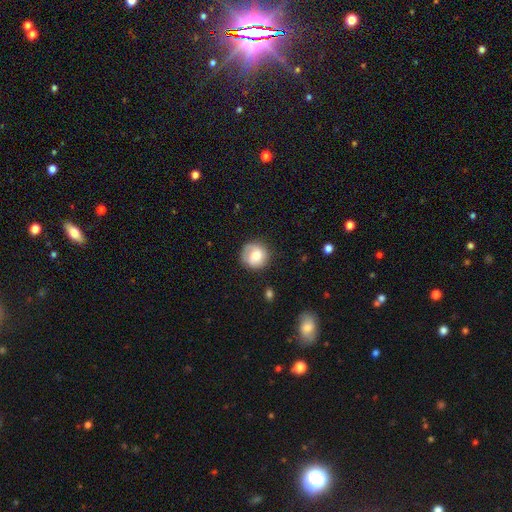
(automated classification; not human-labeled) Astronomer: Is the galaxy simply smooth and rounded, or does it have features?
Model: smooth — 67%.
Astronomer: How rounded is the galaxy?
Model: round — 91%.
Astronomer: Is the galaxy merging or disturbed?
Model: none — 77%.